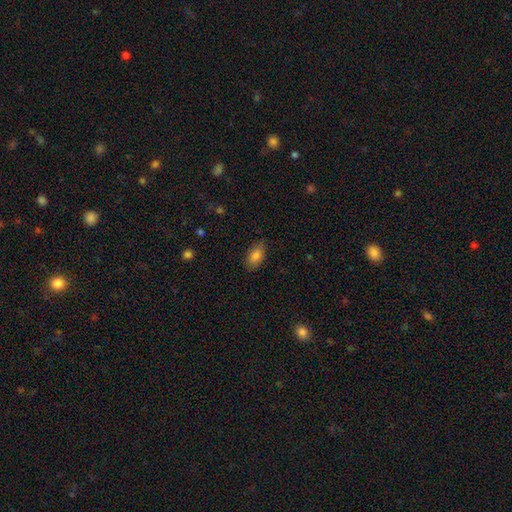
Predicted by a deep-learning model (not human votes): Smooth or featured? smooth (85%)
How rounded? in between (91%)
Merging? none (82%)